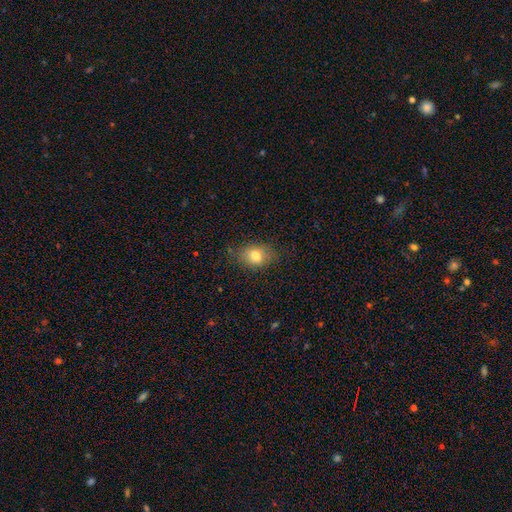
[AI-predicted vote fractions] Smooth or featured? Predicted: smooth (p=0.77). How rounded? Predicted: in between (p=0.76). Merging? Predicted: none (p=0.77).